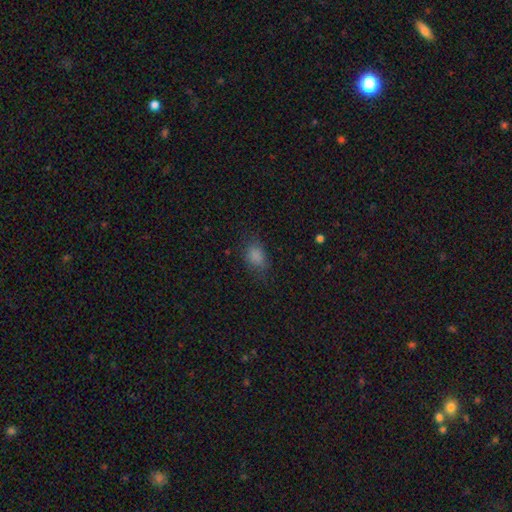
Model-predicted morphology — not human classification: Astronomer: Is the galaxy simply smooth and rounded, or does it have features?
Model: smooth — 82%.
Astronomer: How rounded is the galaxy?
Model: in between — 74%.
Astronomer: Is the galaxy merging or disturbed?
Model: none — 68%.